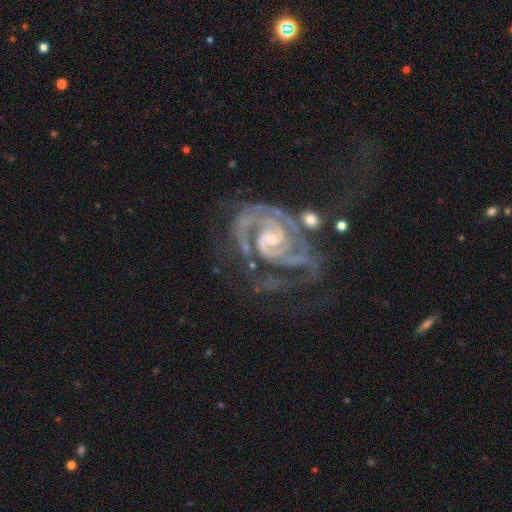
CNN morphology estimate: This is clearly a featured or disk galaxy (83%). It is clearly not viewed edge-on (97%). Bar: possibly no (59%). Spiral arm pattern: clearly yes (86%). Spiral arm count: marginally 2 (44%). Spiral winding: marginally tight (43%). Central bulge: possibly small (47%). Merging: marginally major disturbance (38%).